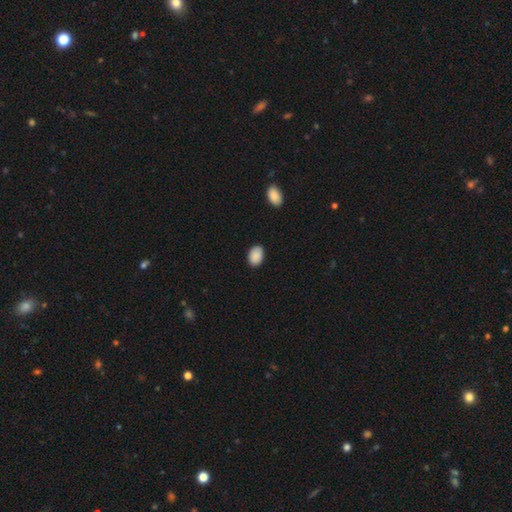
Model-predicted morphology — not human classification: Smooth or featured?
  - smooth: 90% *
  - star or artifact: 7%
  - featured or disk: 3%
How rounded?
  - in between: 84% *
  - round: 15%
  - cigar-shaped: 1%
Merging?
  - none: 86% *
  - minor disturbance: 11%
  - major disturbance: 2%
  - merger: 1%